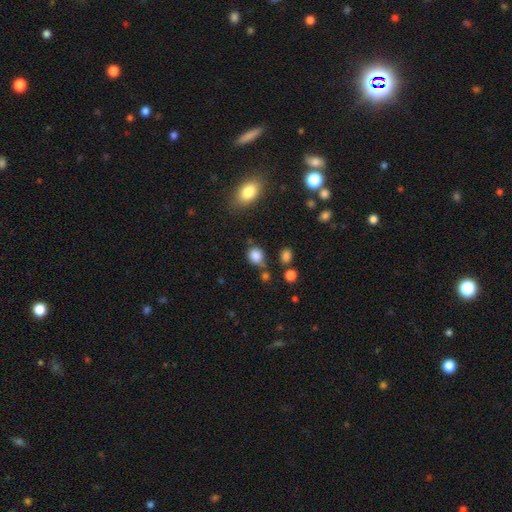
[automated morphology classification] Smooth or featured?
  - smooth: 84% *
  - star or artifact: 11%
  - featured or disk: 5%
How rounded?
  - round: 66% *
  - in between: 32%
  - cigar-shaped: 1%
Merging?
  - none: 62% *
  - minor disturbance: 22%
  - merger: 10%
  - major disturbance: 6%